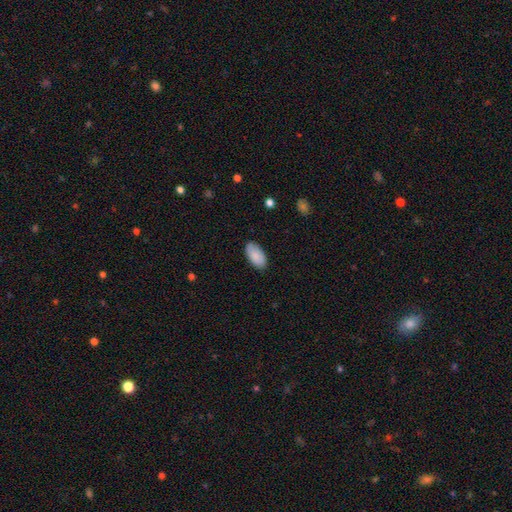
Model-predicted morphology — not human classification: Overall: smooth (87%). How rounded: in between (95%). Merging: none (83%).